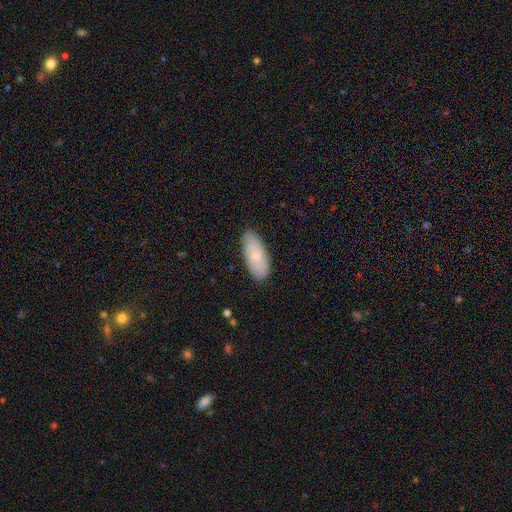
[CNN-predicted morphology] The model was most divided on "smooth or featured": smooth: 70%, featured or disk: 23%, star or artifact: 6%. More confident: merging — none (83%); how rounded — in between (83%).